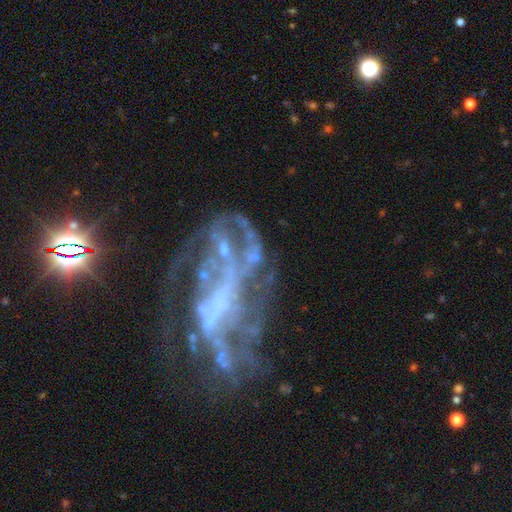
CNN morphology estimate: Smooth or featured?
  - featured or disk: 64% *
  - star or artifact: 21%
  - smooth: 16%
Edge-on disk?
  - no: 95% *
  - yes: 5%
Bar?
  - no: 55% *
  - weak: 25%
  - strong: 20%
Spiral arms?
  - yes: 63% *
  - no: 37%
Bulge size?
  - small: 42% *
  - none: 28%
  - moderate: 23%
  - large: 4%
  - dominant: 2%
Merging?
  - none: 40% *
  - major disturbance: 27%
  - minor disturbance: 18%
  - merger: 16%